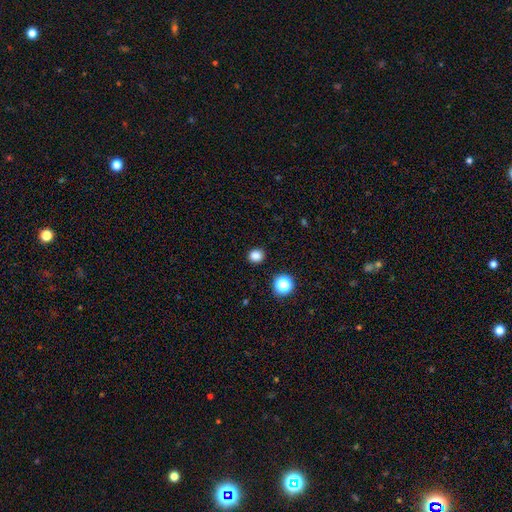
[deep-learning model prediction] This appears to be a smooth galaxy with no disk features (84%) that is round (83%). Merging: none (91%).